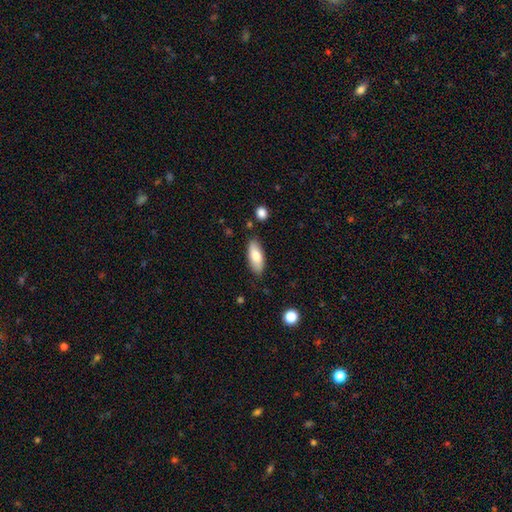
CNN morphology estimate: This is likely a smooth galaxy (79%). How rounded: likely in between (80%). Merging: clearly none (82%).